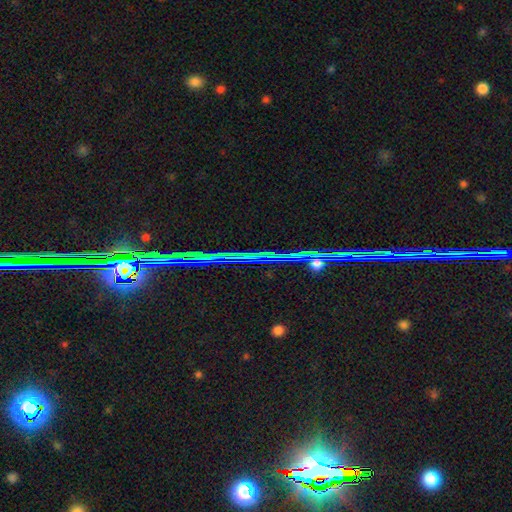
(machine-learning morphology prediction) A star or artifact, not a galaxy (83%).